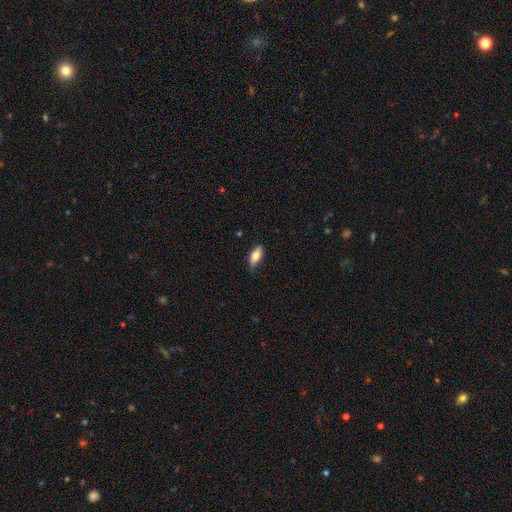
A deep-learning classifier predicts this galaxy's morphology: smooth_or_featured: smooth (p=0.76) [alt: featured or disk p=0.18]
how_rounded: in between (p=0.78) [alt: cigar-shaped p=0.20]
merging: none (p=0.73) [alt: minor disturbance p=0.23]